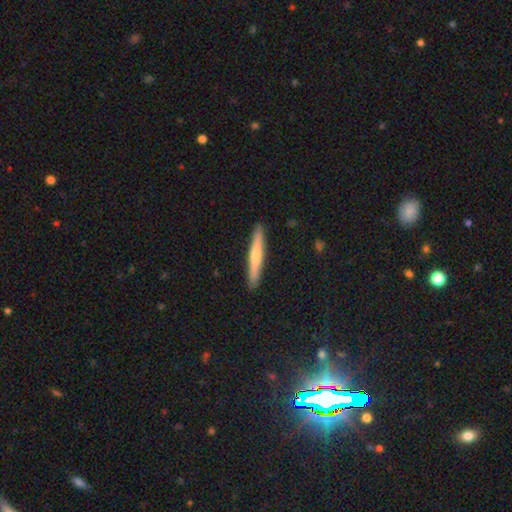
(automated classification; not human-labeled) Morphology: type=smooth (56%); roundness=cigar-shaped (95%); merging=none (91%).